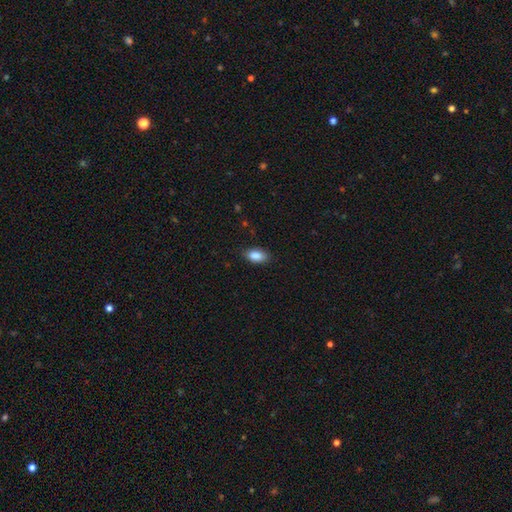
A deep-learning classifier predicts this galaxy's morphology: This appears to be a smooth galaxy with no disk features (88%) that is in between round and cigar-shaped (91%). Merging: none (84%).